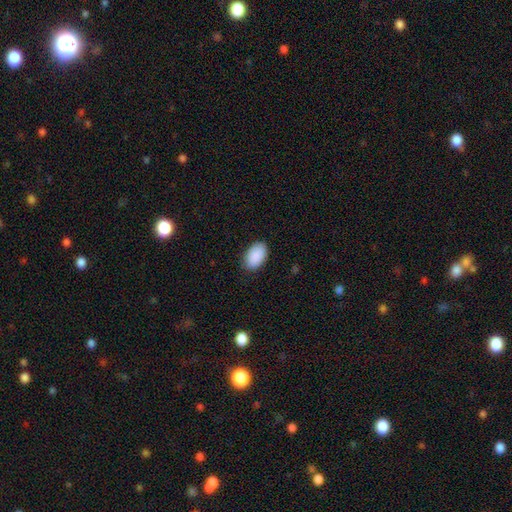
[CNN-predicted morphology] Overall: smooth (91%). How rounded: in between (94%). Merging: none (86%).